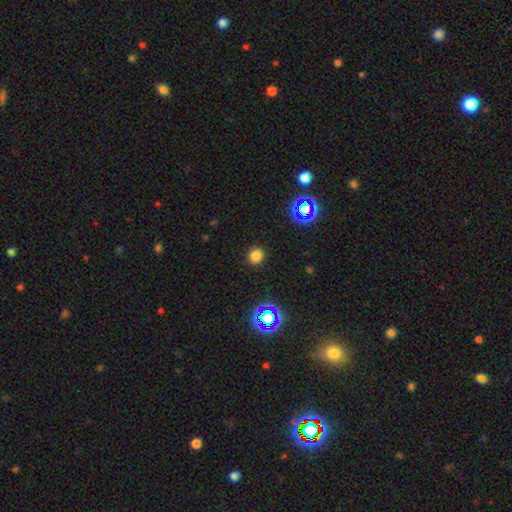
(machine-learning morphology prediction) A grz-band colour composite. It shows a smooth galaxy with no disk features (76%) that is round (86%). Merging: none (90%).